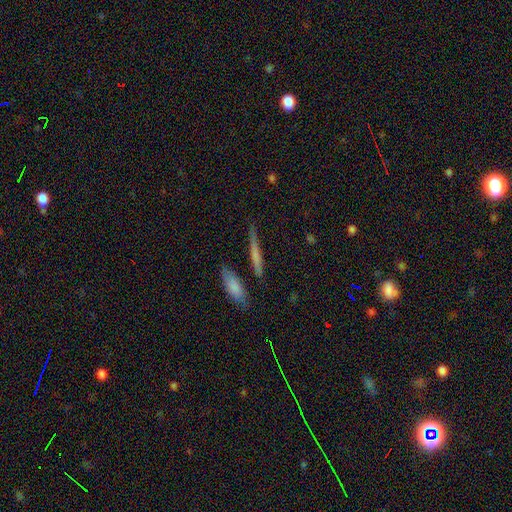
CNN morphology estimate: type=smooth (56%); roundness=cigar-shaped (91%); merging=none (80%).